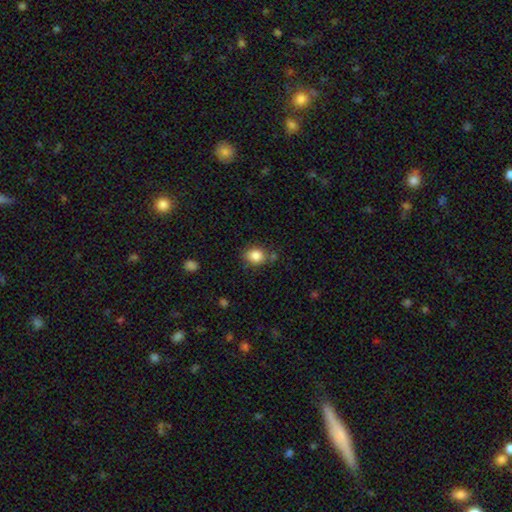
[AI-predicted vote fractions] A smooth galaxy with no disk features (85%) that is round (53%).

Vote fractions:
- Smooth or featured? smooth: 85% / star or artifact: 9% / featured or disk: 6%
- How rounded? round: 53% / in between: 46% / cigar-shaped: 1%
- Merging? none: 75% / minor disturbance: 15% / merger: 6% / major disturbance: 4%